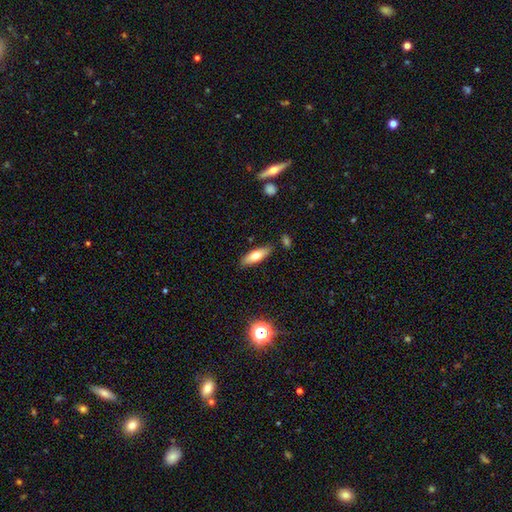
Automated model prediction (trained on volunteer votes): Overall: smooth (64%; featured or disk 29%). How rounded: in between (55%; cigar-shaped 42%). Merging: none (85%).